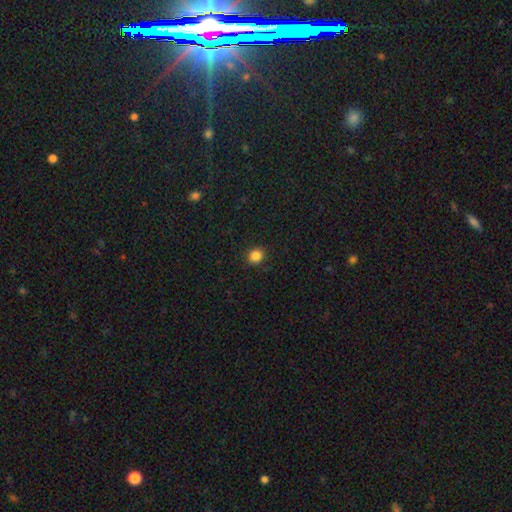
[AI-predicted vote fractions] Smooth or featured? smooth (85%)
How rounded? round (77%)
Merging? none (91%)